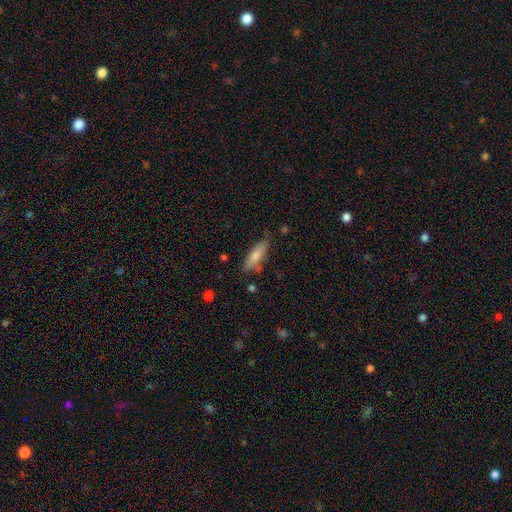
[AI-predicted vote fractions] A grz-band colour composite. It shows a smooth galaxy with no disk features (76%) that is cigar-shaped (56%). Merging: none (76%).